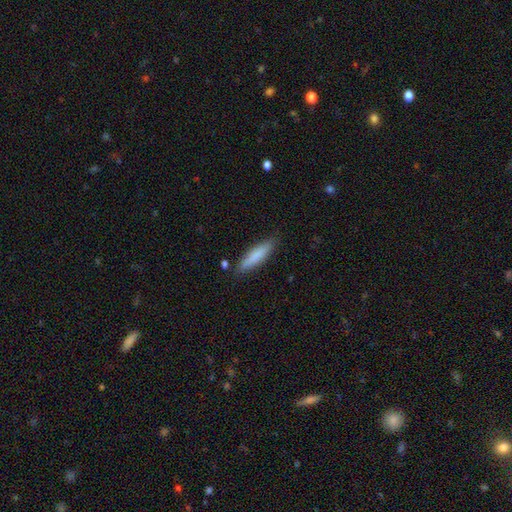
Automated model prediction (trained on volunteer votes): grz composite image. It shows a smooth galaxy with no disk features (80%) that is cigar-shaped (81%). Merging: none (85%).